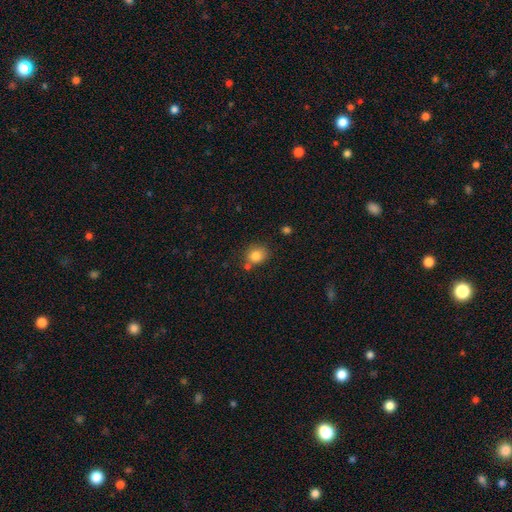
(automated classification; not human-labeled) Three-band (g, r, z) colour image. It shows a smooth galaxy with no disk features (83%) that is round (65%). Merging: none (68%).